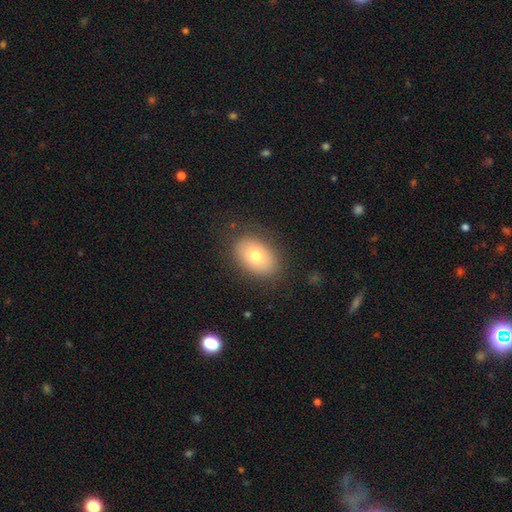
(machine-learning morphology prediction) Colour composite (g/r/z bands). It shows a smooth galaxy with no disk features (76%) that is in between round and cigar-shaped (84%). Merging: none (83%).